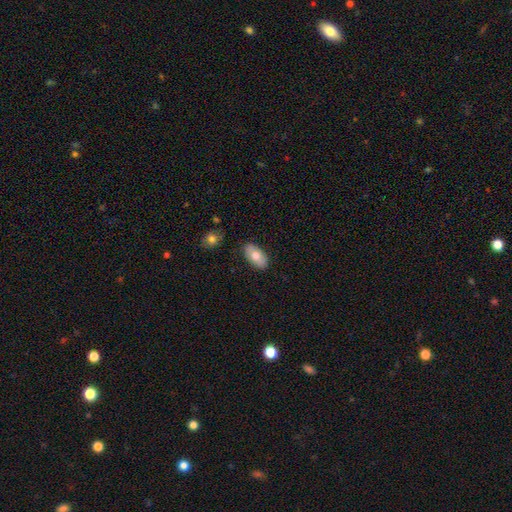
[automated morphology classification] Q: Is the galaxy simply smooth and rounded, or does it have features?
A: smooth — 72%.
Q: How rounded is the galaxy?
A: in between — 94%.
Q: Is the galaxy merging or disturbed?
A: none — 85%.